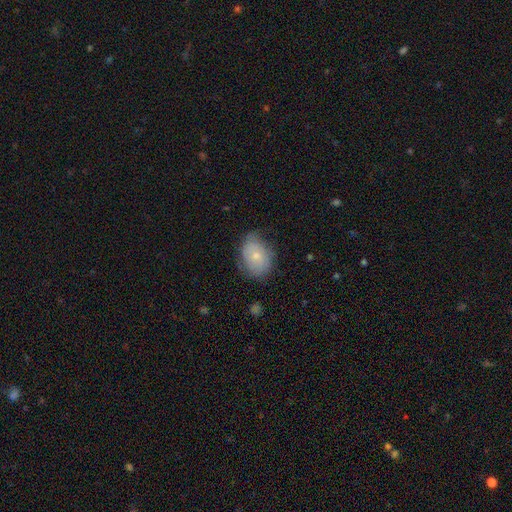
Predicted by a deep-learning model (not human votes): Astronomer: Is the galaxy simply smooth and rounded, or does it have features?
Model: smooth — 68%.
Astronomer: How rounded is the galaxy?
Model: in between — 64%.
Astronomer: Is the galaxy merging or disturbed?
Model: none — 60%.